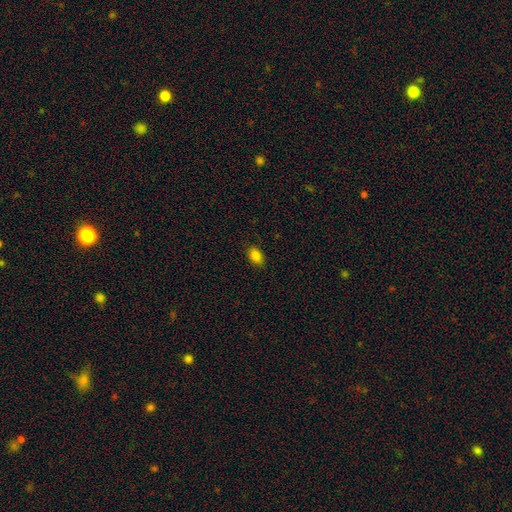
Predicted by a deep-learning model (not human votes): Morphology: type=smooth (84%); roundness=in between (87%); merging=none (87%).